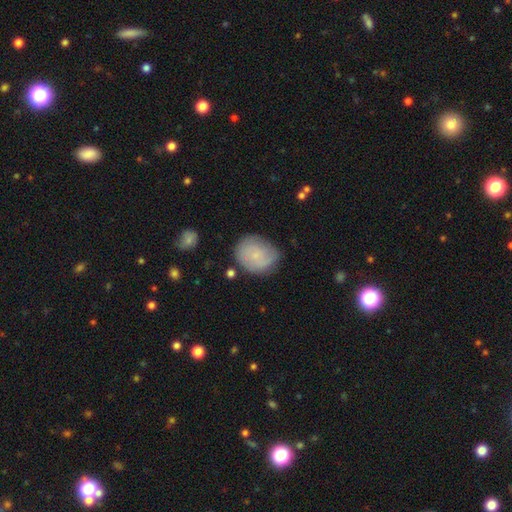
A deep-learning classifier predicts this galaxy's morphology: Smooth or featured? Predicted: smooth (p=0.58). How rounded? Predicted: round (p=0.62). Merging? Predicted: none (p=0.66).